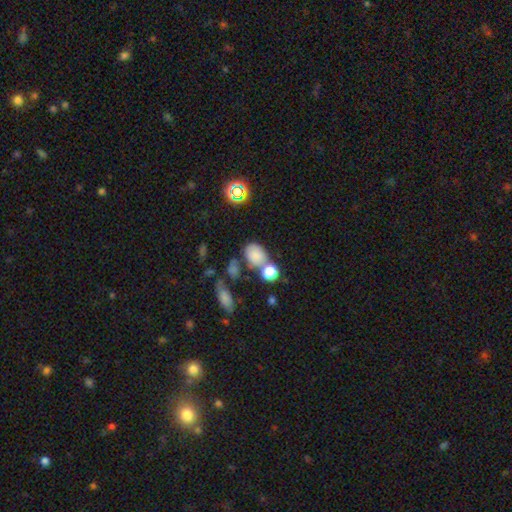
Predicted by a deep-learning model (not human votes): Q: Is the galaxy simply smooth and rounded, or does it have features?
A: smooth — 76%.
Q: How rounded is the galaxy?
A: in between — 55%.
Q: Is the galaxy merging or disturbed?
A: none — 49%.